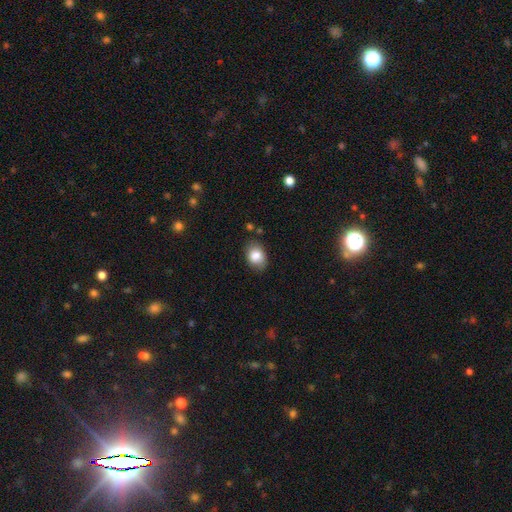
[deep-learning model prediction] This is clearly a smooth galaxy (84%). How rounded: likely in between (74%). Merging: likely none (78%).